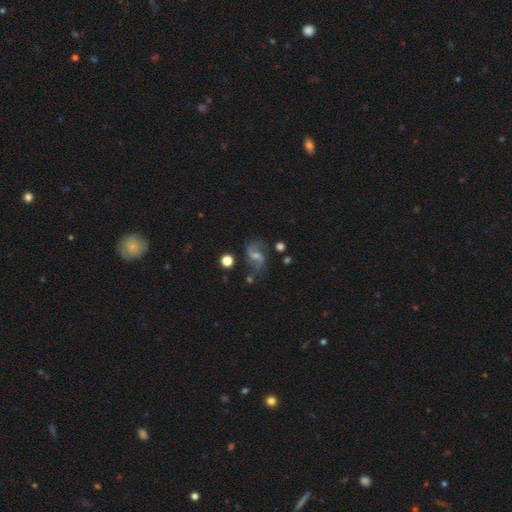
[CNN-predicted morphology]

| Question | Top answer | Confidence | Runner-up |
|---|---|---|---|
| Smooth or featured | featured or disk | 79% | star or artifact (11%) |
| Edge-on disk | no | 97% | yes (3%) |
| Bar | weak | 52% | no (27%) |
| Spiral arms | yes | 94% | no (6%) |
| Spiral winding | loose | 49% | medium (40%) |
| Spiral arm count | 2 | 89% | can't tell (4%) |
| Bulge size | small | 49% | moderate (40%) |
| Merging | none | 70% | minor disturbance (16%) |